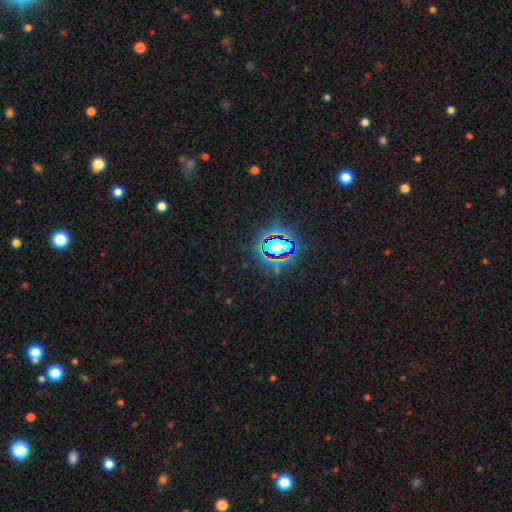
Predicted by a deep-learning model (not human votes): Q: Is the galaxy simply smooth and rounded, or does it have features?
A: star or artifact — 83%.